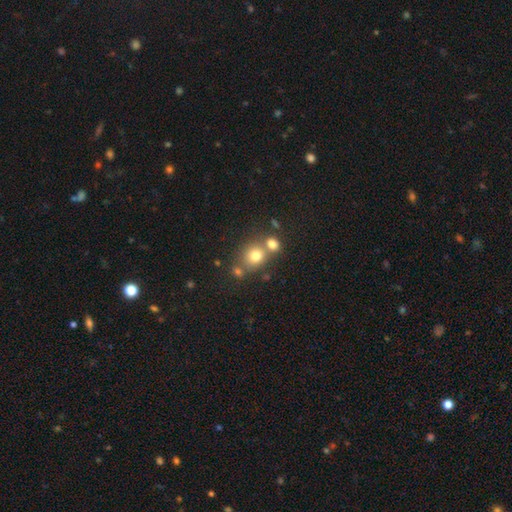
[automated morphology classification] type=smooth (75%); roundness=round (73%); merging=none (50%).